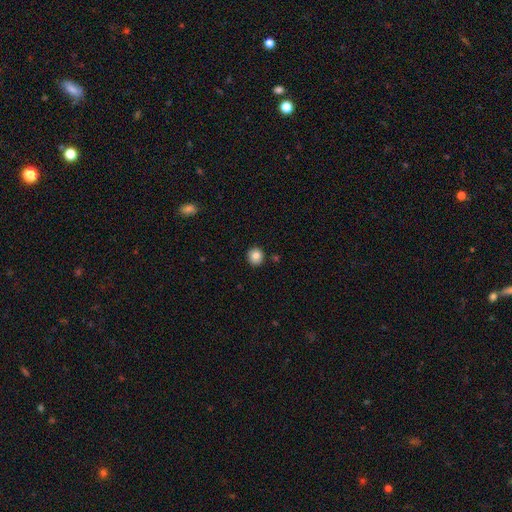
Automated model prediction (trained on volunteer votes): The model was most divided on "smooth or featured": smooth: 83%, star or artifact: 10%, featured or disk: 7%. More confident: how rounded — round (89%); merging — none (89%).